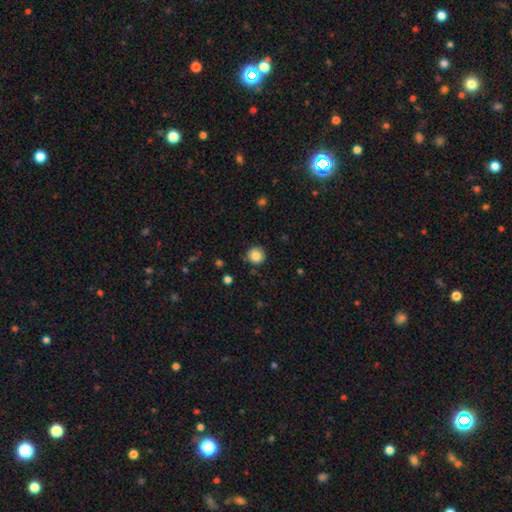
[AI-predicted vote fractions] Morphology: type=smooth (85%); roundness=round (94%); merging=none (86%).